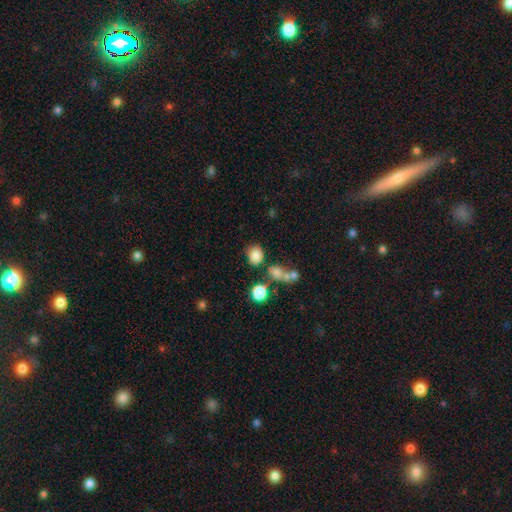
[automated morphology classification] type=smooth (80%); roundness=round (67%); merging=none (66%).